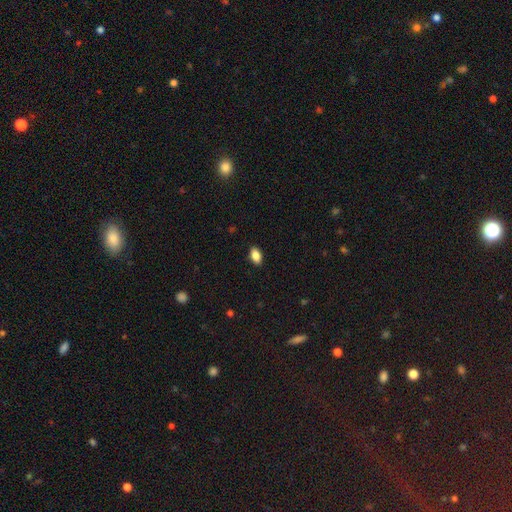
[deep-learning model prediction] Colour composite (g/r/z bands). It shows a smooth galaxy with no disk features (86%) that is in between round and cigar-shaped (90%). Merging: none (88%).